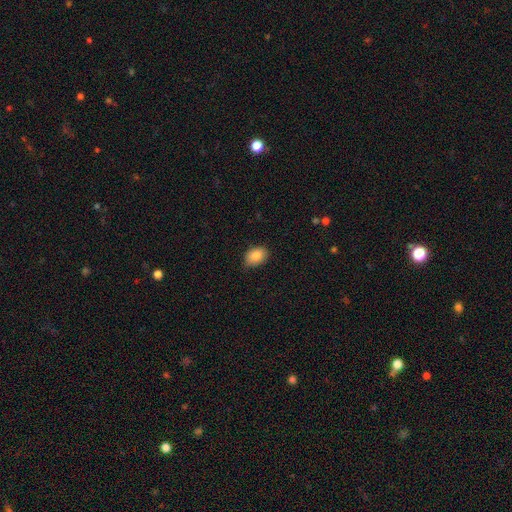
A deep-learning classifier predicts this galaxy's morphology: Smooth or featured? smooth (87%)
How rounded? in between (82%)
Merging? none (79%)